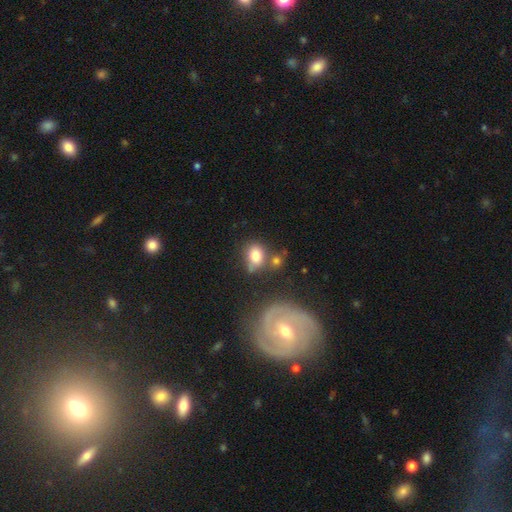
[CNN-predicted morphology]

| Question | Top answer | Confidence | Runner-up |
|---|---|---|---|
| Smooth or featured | smooth | 76% | featured or disk (14%) |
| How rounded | in between | 61% | round (38%) |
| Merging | none | 47% | merger (22%) |